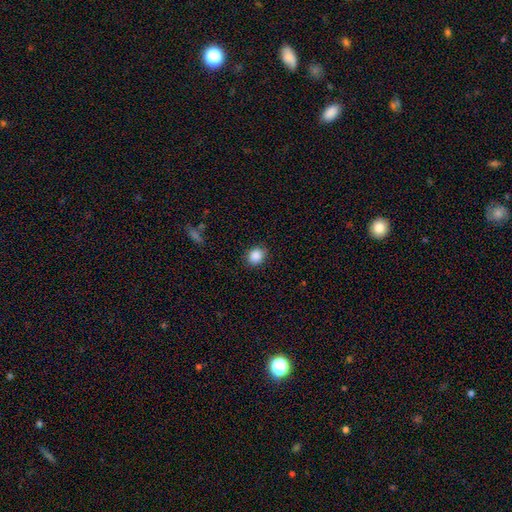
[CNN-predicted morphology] The model was most divided on "how rounded": round: 61%, in between: 38%, cigar-shaped: 1%. More confident: smooth or featured — smooth (88%); merging — none (86%).